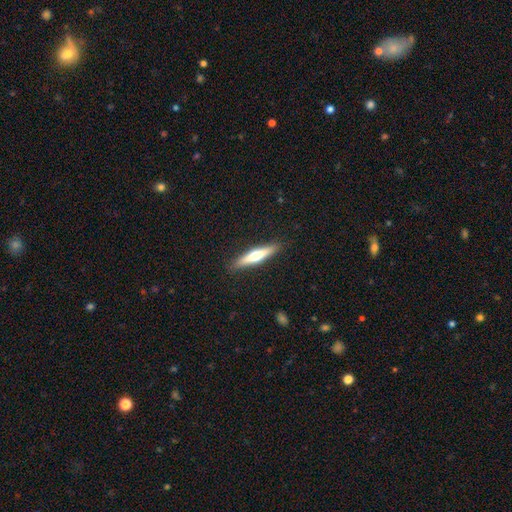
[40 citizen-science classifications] smooth-or-featured: featured or disk: 60% | smooth: 40% | star or artifact: 0%
  disk-edge-on: yes: 96% | no: 4%
    edge-on-bulge: rounded: 100% | boxy: 0% | none: 0%
  merging: none: 95% | minor disturbance: 5% | major disturbance: 0% | merger: 0%